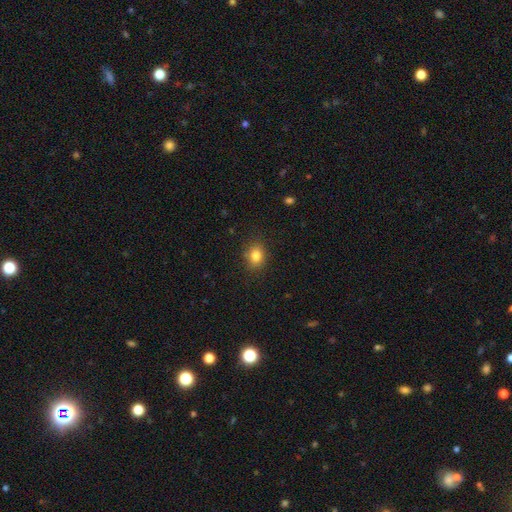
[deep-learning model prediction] This is clearly a smooth galaxy (82%). How rounded: possibly round (51%). Merging: clearly none (85%).